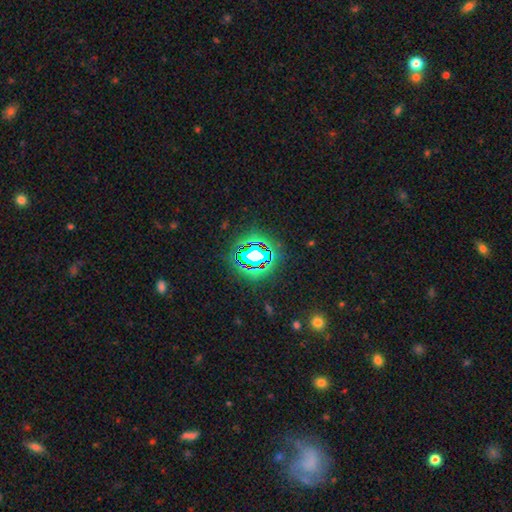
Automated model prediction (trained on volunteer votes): smooth-or-featured: star or artifact: 73% | smooth: 16% | featured or disk: 11%